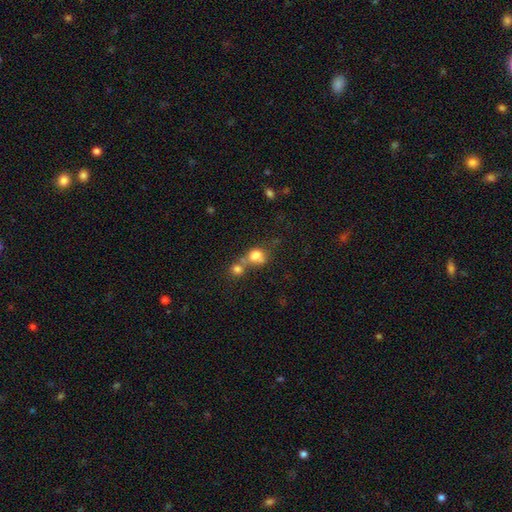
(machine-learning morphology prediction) smooth-or-featured: smooth: 74% | featured or disk: 14% | star or artifact: 12%
  how-rounded: round: 59% | in between: 39% | cigar-shaped: 2%
  merging: merger: 53% | none: 29% | minor disturbance: 10% | major disturbance: 8%